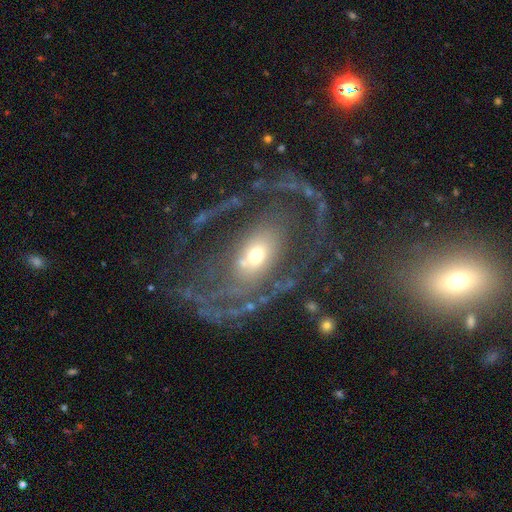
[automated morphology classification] A featured or disk galaxy (76%) with no bar (71%), 2 (35%) tight (37%) spiral arms (77%) and a moderate central bulge (51%). Merging: none (52%).